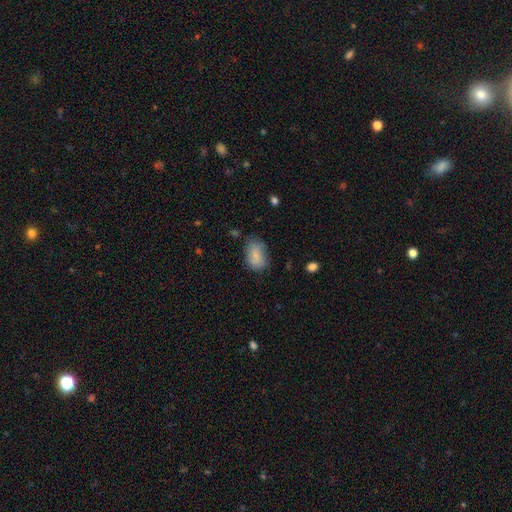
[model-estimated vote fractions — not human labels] Smooth or featured? Predicted: smooth (p=0.81). How rounded? Predicted: in between (p=0.88). Merging? Predicted: none (p=0.62).